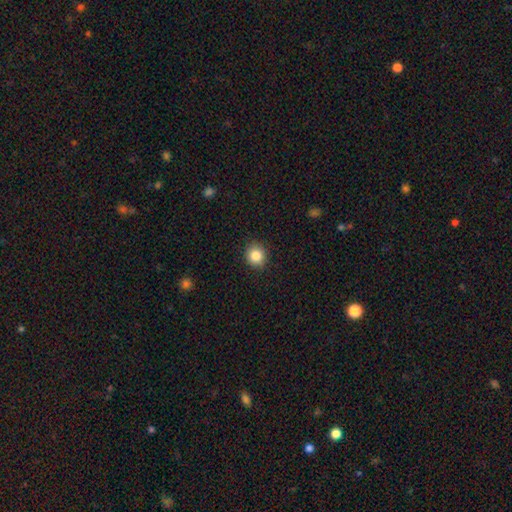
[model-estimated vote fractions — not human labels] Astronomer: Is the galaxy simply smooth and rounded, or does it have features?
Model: smooth — 85%.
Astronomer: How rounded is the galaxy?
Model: round — 84%.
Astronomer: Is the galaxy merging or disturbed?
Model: none — 89%.